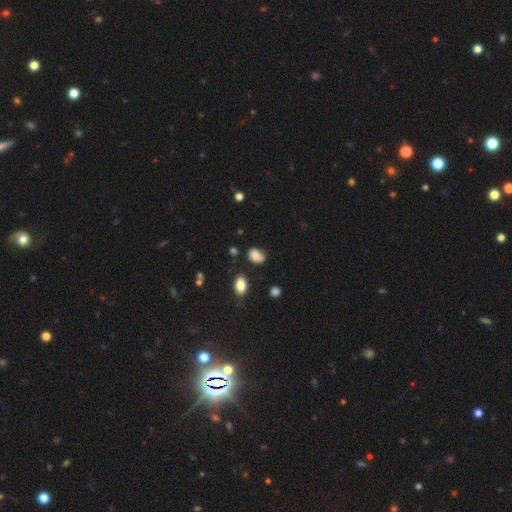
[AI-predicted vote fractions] Overall: smooth (77%). How rounded: in between (71%). Merging: none (53%; minor disturbance 30%).